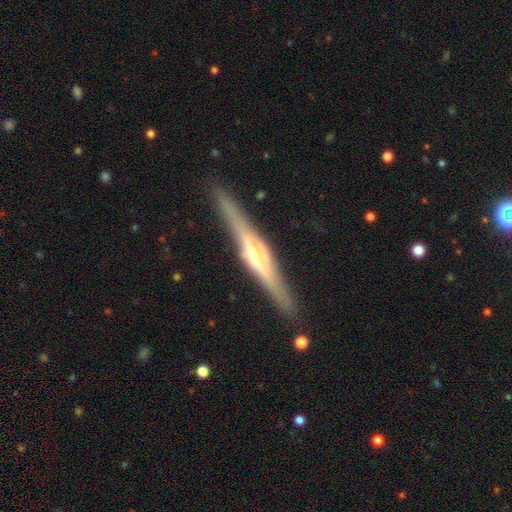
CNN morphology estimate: smooth-or-featured: featured or disk: 81% | smooth: 13% | star or artifact: 6%
  disk-edge-on: yes: 97% | no: 3%
    edge-on-bulge: rounded: 60% | boxy: 27% | none: 12%
  merging: none: 88% | minor disturbance: 9% | major disturbance: 2% | merger: 1%